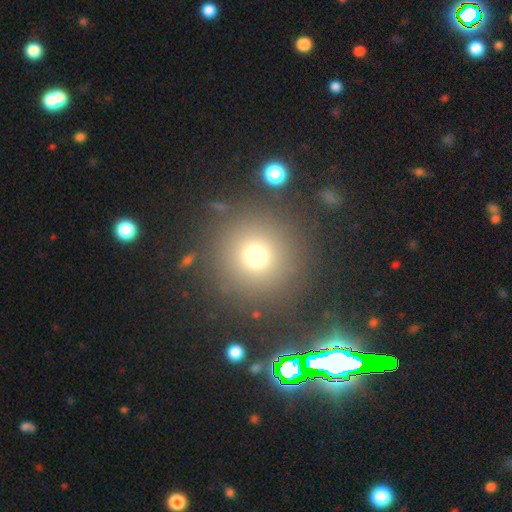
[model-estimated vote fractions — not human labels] smooth_or_featured: smooth (p=0.71) [alt: star or artifact p=0.19]
how_rounded: round (p=0.95) [alt: in between p=0.04]
merging: none (p=0.83) [alt: minor disturbance p=0.07]